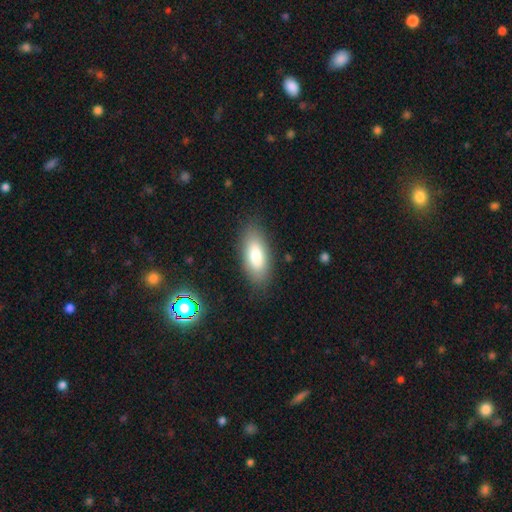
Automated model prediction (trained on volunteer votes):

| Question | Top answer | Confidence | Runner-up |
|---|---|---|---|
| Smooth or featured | smooth | 79% | featured or disk (14%) |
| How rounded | in between | 85% | cigar-shaped (13%) |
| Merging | none | 84% | minor disturbance (11%) |